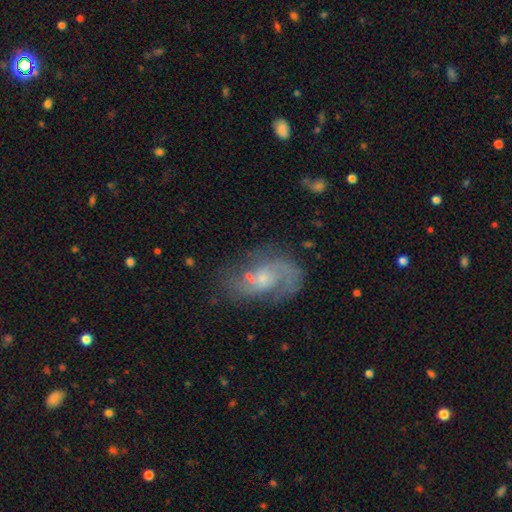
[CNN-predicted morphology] smooth_or_featured: featured or disk (p=0.70) [alt: smooth p=0.17]
disk_edge_on: no (p=0.95) [alt: yes p=0.05]
bar: no (p=0.58) [alt: weak p=0.36]
has_spiral_arms: yes (p=0.90) [alt: no p=0.10]
spiral_winding: medium (p=0.45) [alt: tight p=0.29]
spiral_arm_count: 2 (p=0.53) [alt: can't tell p=0.21]
bulge_size: small (p=0.45) [alt: moderate p=0.41]
merging: none (p=0.67) [alt: minor disturbance p=0.19]